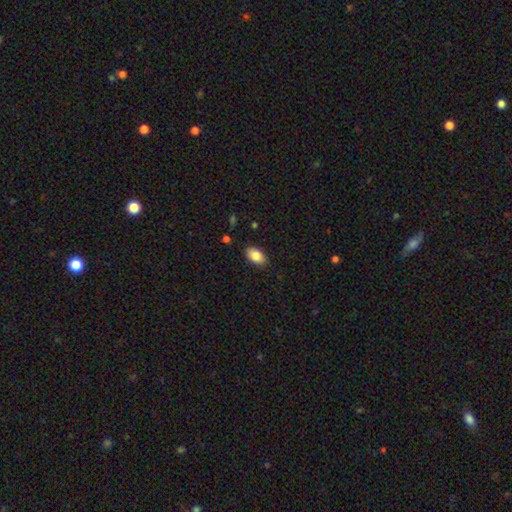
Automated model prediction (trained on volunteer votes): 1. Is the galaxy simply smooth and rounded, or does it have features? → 83% smooth, 10% featured or disk, 7% star or artifact.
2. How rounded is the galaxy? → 92% in between, 5% round, 3% cigar-shaped.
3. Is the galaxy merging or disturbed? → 87% none, 10% minor disturbance, 2% major disturbance, 1% merger.